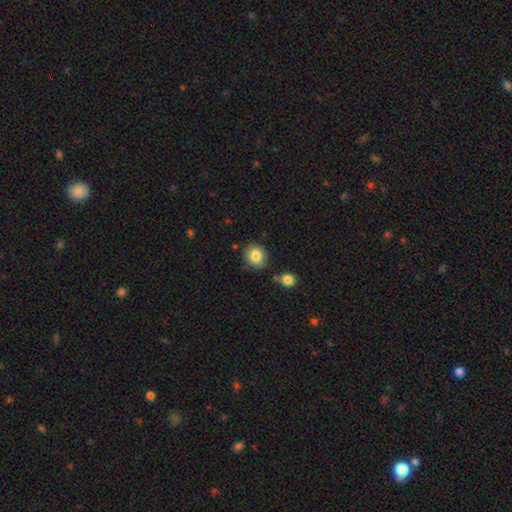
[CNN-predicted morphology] A smooth galaxy with no disk features (84%) that is round (76%). Merging: none (82%).